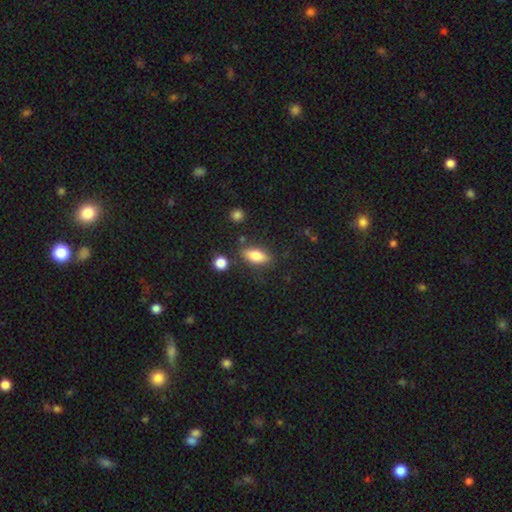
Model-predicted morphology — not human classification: This appears to be a smooth galaxy with no disk features (76%) that is in between round and cigar-shaped (79%). Merging: none (79%).